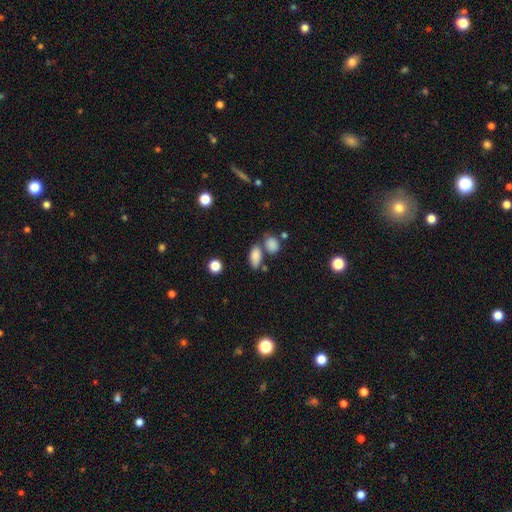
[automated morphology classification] Q: Smooth or featured?
A: smooth (84%); runner-up: star or artifact (10%)
Q: How rounded?
A: in between (87%); runner-up: round (8%)
Q: Merging?
A: none (55%); runner-up: merger (25%)